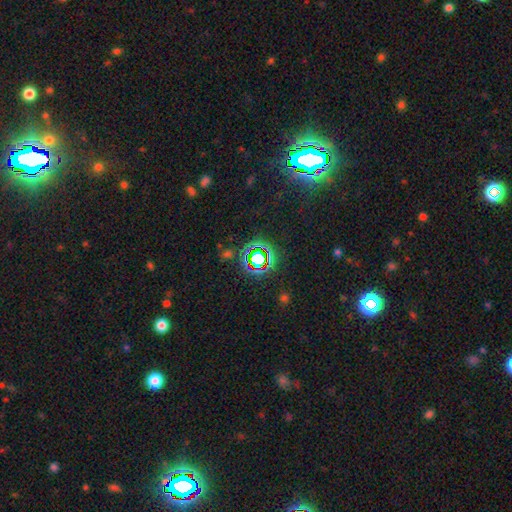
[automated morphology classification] Overall: star or artifact (70%).